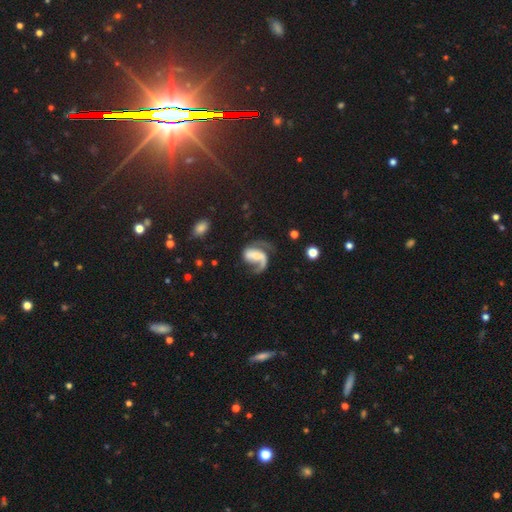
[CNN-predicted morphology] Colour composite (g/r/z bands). It shows a featured or disk galaxy (81%) with no bar (38%), 2 (47%) medium (43%) spiral arms (93%) and a small central bulge (43%). Merging: major disturbance (40%).